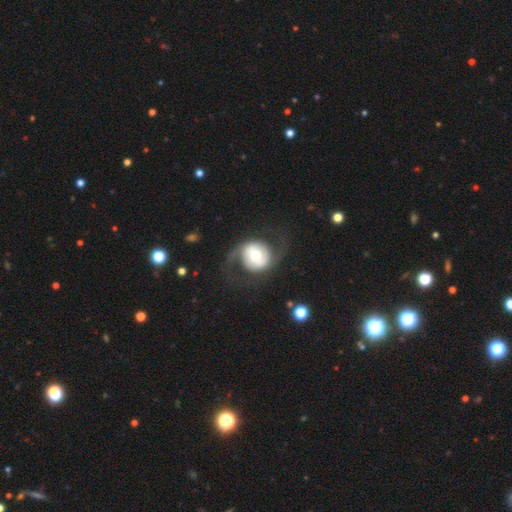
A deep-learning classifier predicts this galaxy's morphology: Smooth or featured: featured or disk — 66% (smooth — 28%)
Edge-on disk: no — 96% (yes — 4%)
Bar: no — 63% (weak — 25%)
Spiral arms: yes — 72% (no — 28%)
Bulge size: moderate — 67% (large — 17%)
Merging: none — 66% (major disturbance — 19%)